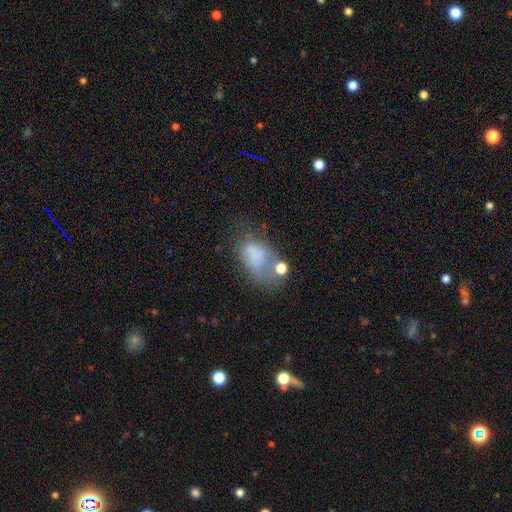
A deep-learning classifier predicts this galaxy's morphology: Smooth or featured: smooth — 60% (featured or disk — 26%)
How rounded: in between — 85% (round — 13%)
Merging: major disturbance — 34% (none — 25%)